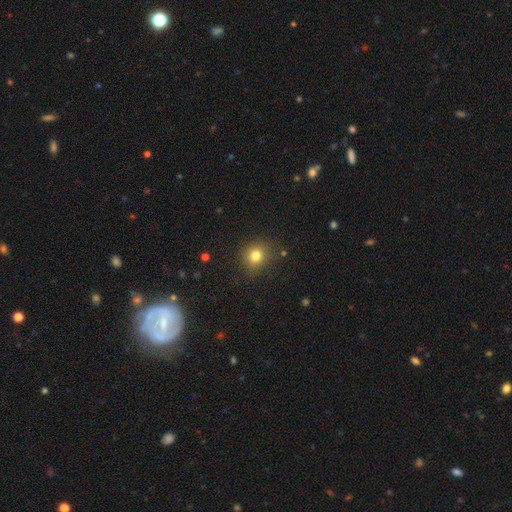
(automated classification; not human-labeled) Smooth or featured: smooth — 79% (star or artifact — 14%)
How rounded: round — 85% (in between — 14%)
Merging: none — 85% (minor disturbance — 10%)